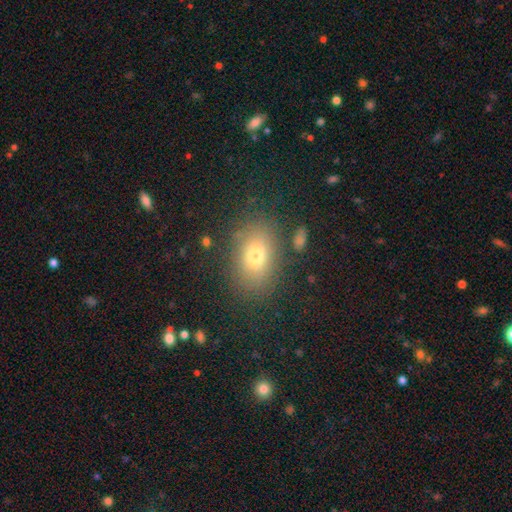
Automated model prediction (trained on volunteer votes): smooth 71%, featured or disk 16%, star or artifact 13%. Down the decision tree: how rounded — in between (76%); merging — none (80%).